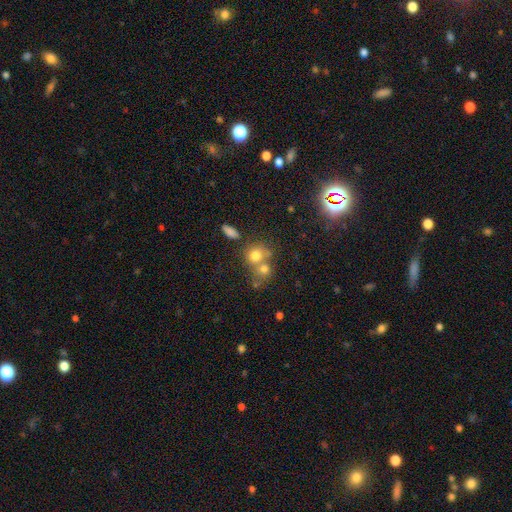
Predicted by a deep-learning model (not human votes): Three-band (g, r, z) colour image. It shows a smooth galaxy with no disk features (73%) that is round (78%). Merging: merger (48%).